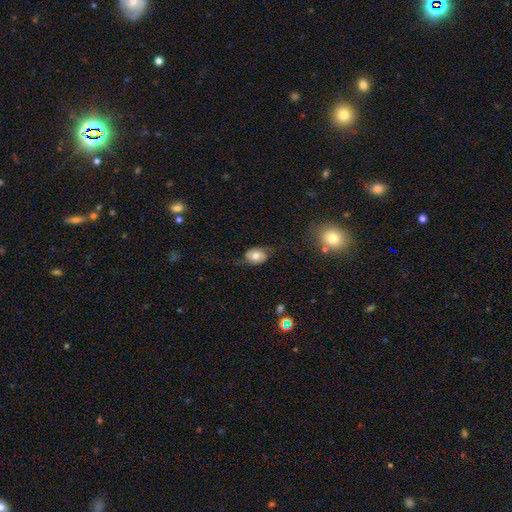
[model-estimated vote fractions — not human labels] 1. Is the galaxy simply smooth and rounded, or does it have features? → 62% smooth, 28% featured or disk, 9% star or artifact.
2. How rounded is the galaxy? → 72% in between, 27% round, 1% cigar-shaped.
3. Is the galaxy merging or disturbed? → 62% none, 25% minor disturbance, 11% major disturbance, 2% merger.